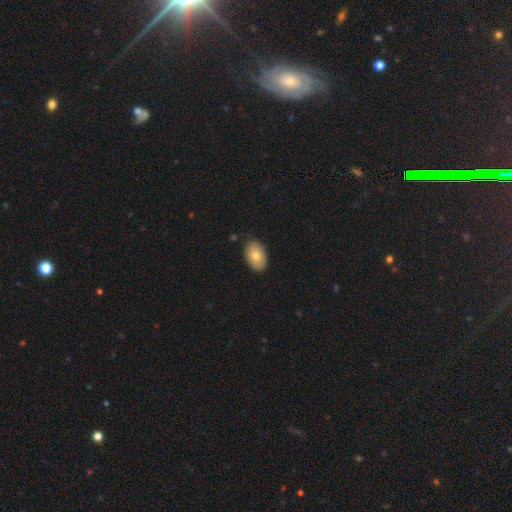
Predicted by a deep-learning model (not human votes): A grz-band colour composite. It shows a smooth galaxy with no disk features (74%) that is in between round and cigar-shaped (90%). Merging: none (84%).